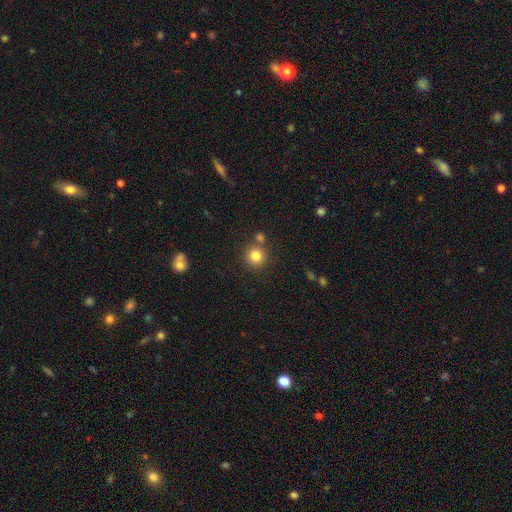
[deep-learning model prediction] Smooth or featured?
  - smooth: 82% *
  - star or artifact: 12%
  - featured or disk: 7%
How rounded?
  - round: 93% *
  - in between: 6%
  - cigar-shaped: 1%
Merging?
  - none: 77% *
  - merger: 12%
  - minor disturbance: 8%
  - major disturbance: 3%